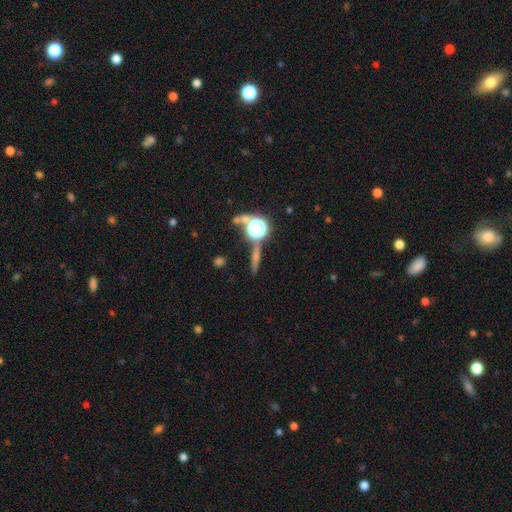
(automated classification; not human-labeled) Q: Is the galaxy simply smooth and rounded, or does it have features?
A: star or artifact — 43%.